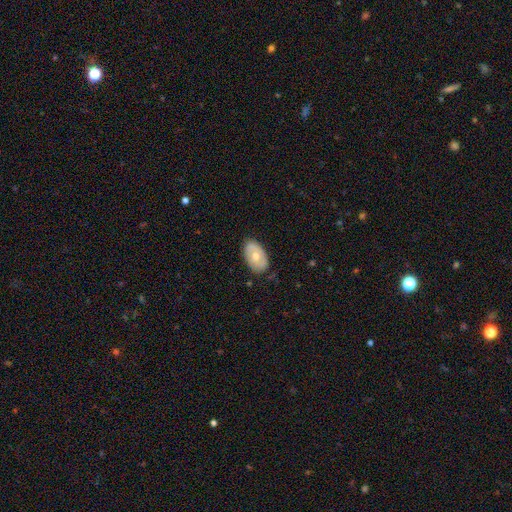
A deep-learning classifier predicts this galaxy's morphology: This appears to be a featured or disk galaxy (49%). Merging: none (81%).